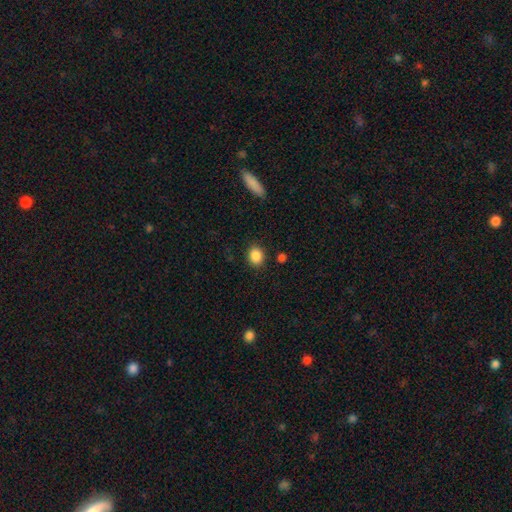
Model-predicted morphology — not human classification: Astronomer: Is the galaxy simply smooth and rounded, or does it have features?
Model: smooth — 87%.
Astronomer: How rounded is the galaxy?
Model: round — 59% (runner-up: in between, 40%).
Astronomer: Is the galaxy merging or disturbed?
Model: none — 86%.